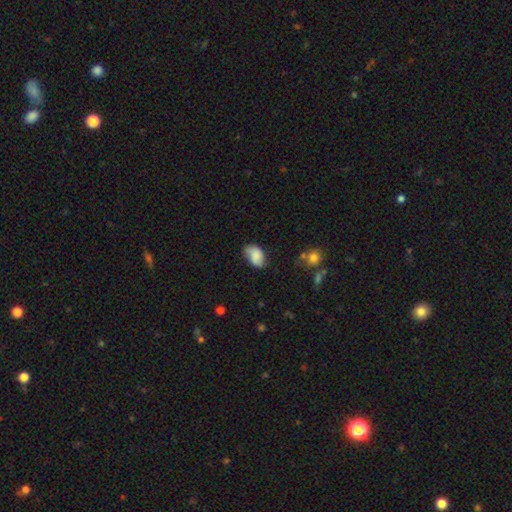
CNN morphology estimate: Smooth or featured: smooth — 77% (featured or disk — 15%)
How rounded: in between — 90% (round — 9%)
Merging: none — 62% (minor disturbance — 29%)